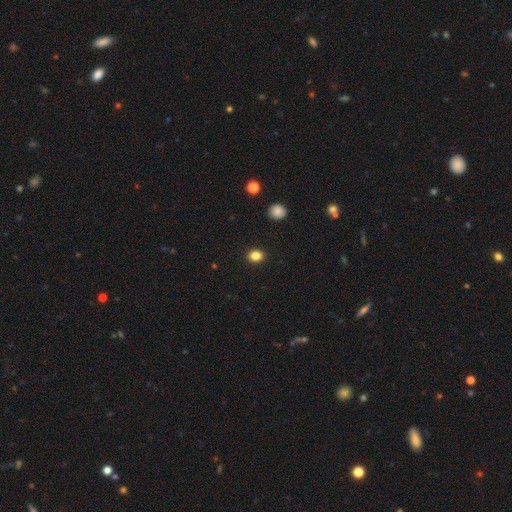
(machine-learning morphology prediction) smooth_or_featured: smooth (p=0.85) [alt: star or artifact p=0.10]
how_rounded: in between (p=0.55) [alt: round p=0.44]
merging: none (p=0.91) [alt: minor disturbance p=0.06]